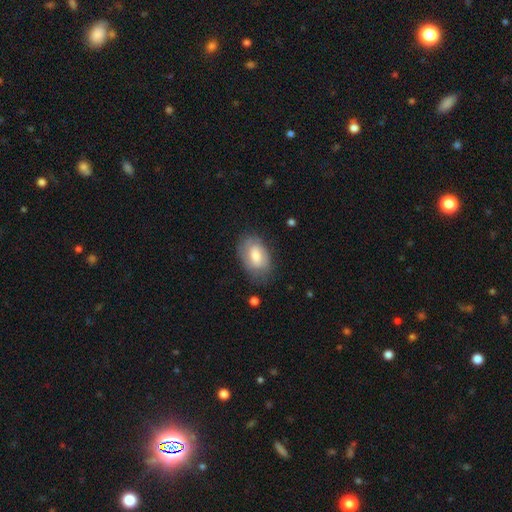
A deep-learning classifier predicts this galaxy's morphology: This appears to be a smooth galaxy with no disk features (55%) that is in between round and cigar-shaped (90%). Merging: none (71%).